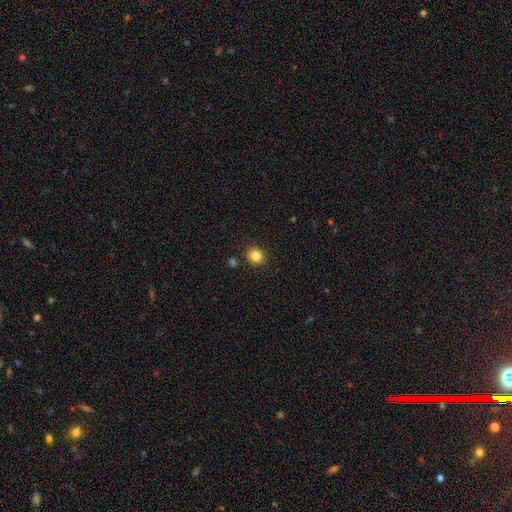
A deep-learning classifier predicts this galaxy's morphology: A smooth galaxy with no disk features (84%) that is round (81%). Merging: none (89%).